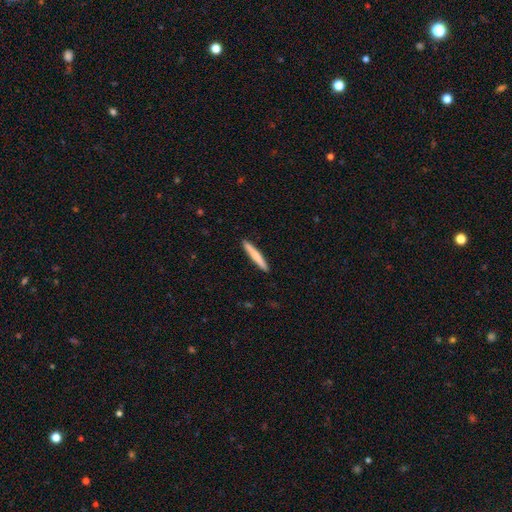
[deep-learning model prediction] A smooth galaxy with no disk features (71%) that is cigar-shaped (95%). Merging: none (92%).